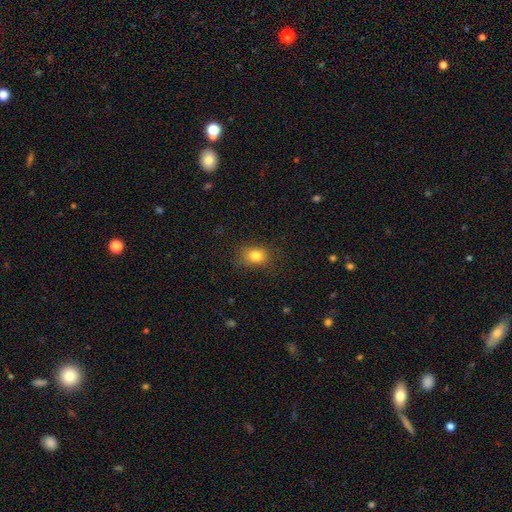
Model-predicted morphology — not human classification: Smooth or featured: smooth — 81% (star or artifact — 11%)
How rounded: in between — 55% (round — 44%)
Merging: none — 80% (minor disturbance — 14%)